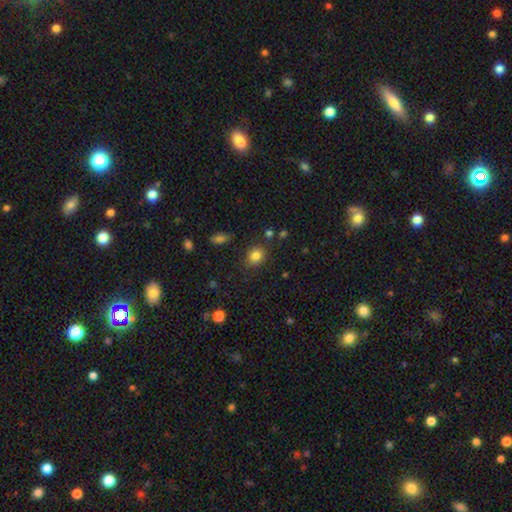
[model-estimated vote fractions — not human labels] A smooth galaxy with no disk features (82%) that is round (58%). Merging: none (82%).